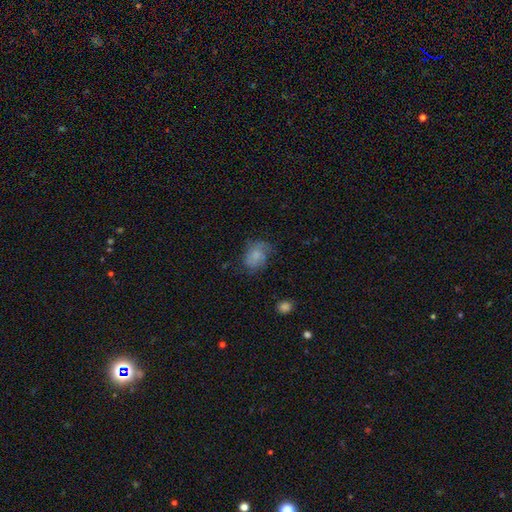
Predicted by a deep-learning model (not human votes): The model was most divided on "how rounded": in between: 55%, round: 44%, cigar-shaped: 1%. More confident: smooth or featured — smooth (54%); merging — none (51%).